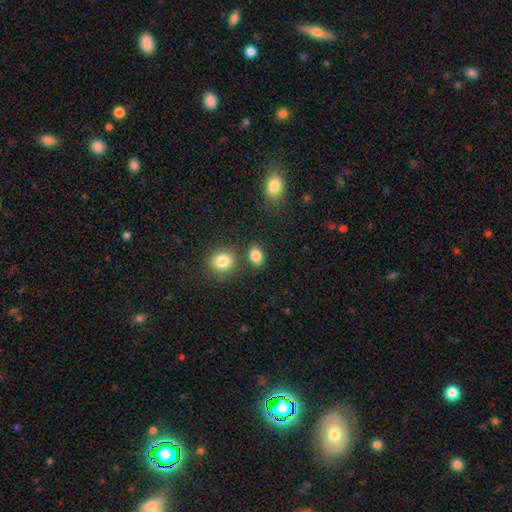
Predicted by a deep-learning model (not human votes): Smooth or featured?
  - smooth: 85% *
  - star or artifact: 10%
  - featured or disk: 5%
How rounded?
  - in between: 69% *
  - round: 29%
  - cigar-shaped: 1%
Merging?
  - none: 74% *
  - merger: 12%
  - minor disturbance: 11%
  - major disturbance: 3%